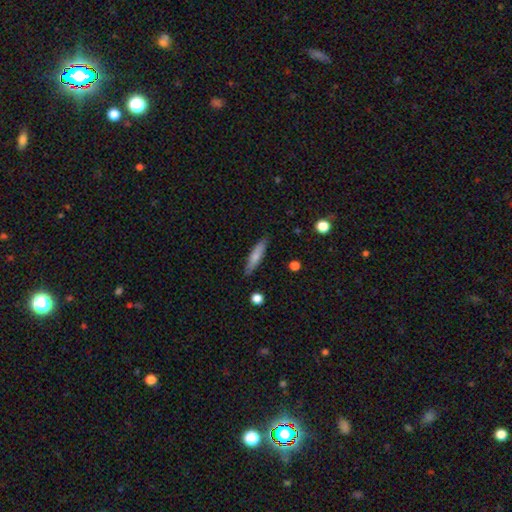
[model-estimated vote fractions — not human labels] Smooth or featured? Predicted: smooth (p=0.73). How rounded? Predicted: cigar-shaped (p=0.83). Merging? Predicted: none (p=0.86).